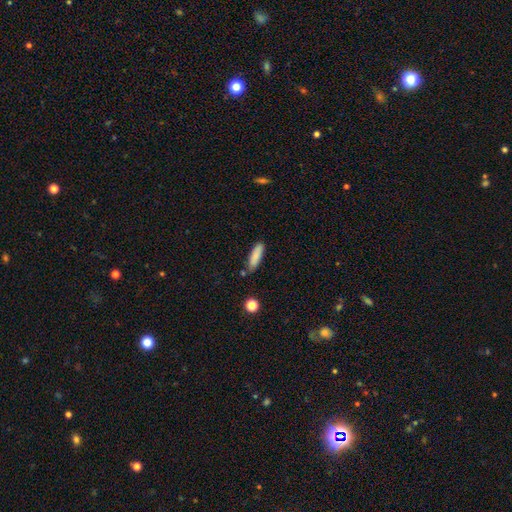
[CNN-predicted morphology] This appears to be a smooth galaxy with no disk features (85%) that is cigar-shaped (62%). Merging: none (78%).